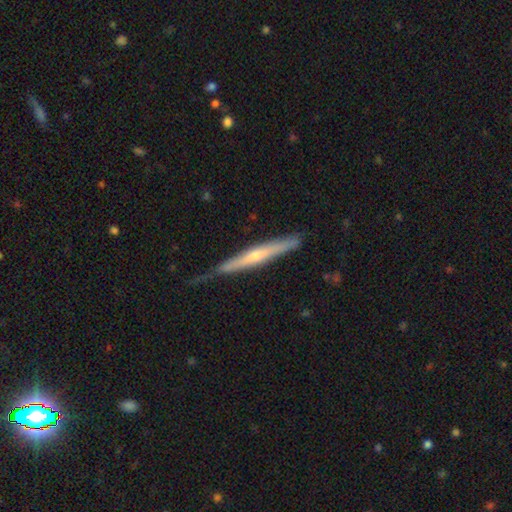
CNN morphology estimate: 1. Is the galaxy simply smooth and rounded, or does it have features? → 62% featured or disk, 33% smooth, 5% star or artifact.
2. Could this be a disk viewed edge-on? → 95% yes, 5% no.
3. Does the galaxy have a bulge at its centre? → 62% rounded, 33% none, 5% boxy.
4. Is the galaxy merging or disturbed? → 66% none, 27% minor disturbance, 5% major disturbance, 2% merger.